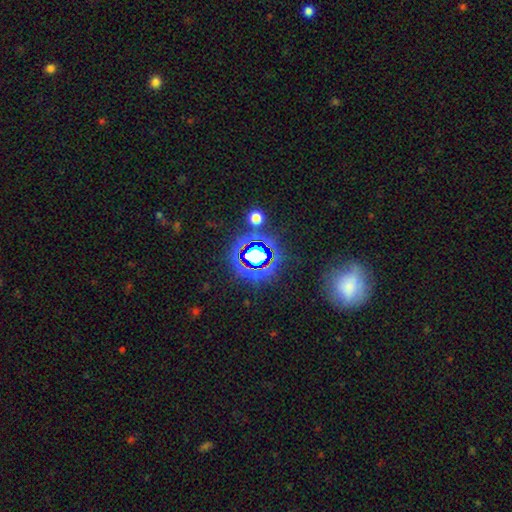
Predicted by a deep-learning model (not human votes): Smooth or featured? Predicted: star or artifact (p=0.70).